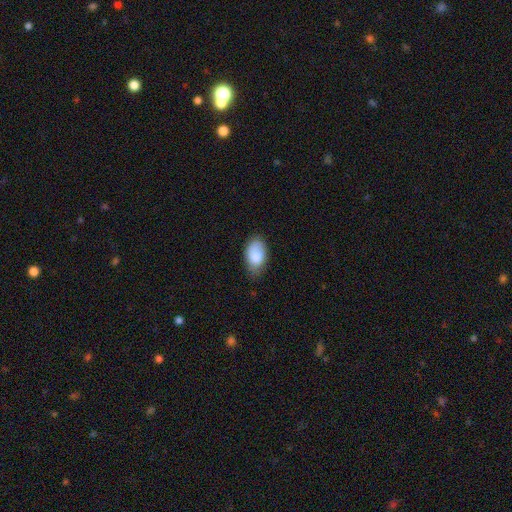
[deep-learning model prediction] The model was most divided on "merging": none: 63%, minor disturbance: 30%, major disturbance: 6%, merger: 2%. More confident: how rounded — in between (93%); smooth or featured — smooth (84%).